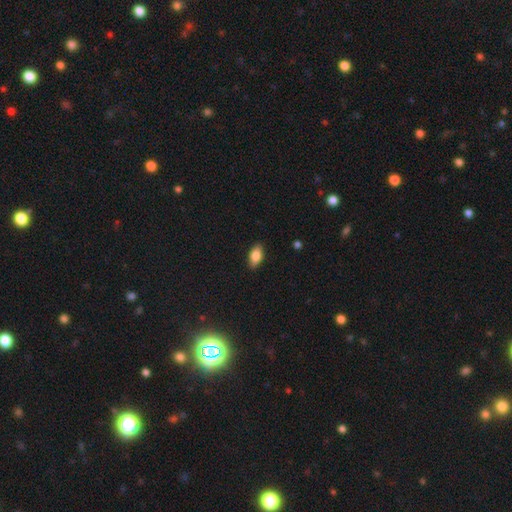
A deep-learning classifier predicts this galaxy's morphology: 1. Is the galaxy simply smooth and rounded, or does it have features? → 83% smooth, 10% featured or disk, 7% star or artifact.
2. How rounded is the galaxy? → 90% in between, 6% cigar-shaped, 3% round.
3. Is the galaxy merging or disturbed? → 89% none, 9% minor disturbance, 2% major disturbance, 1% merger.